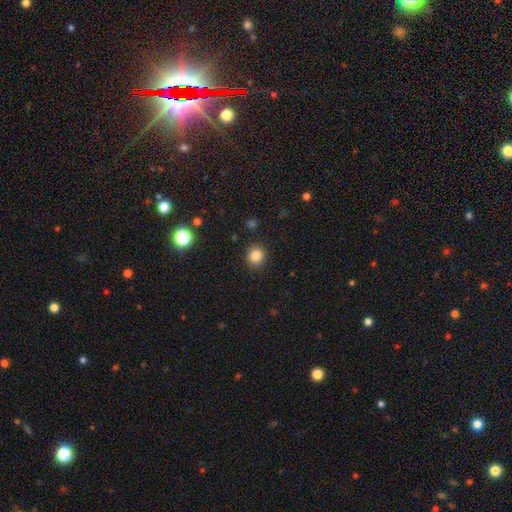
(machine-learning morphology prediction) Q: Smooth or featured?
A: smooth (83%); runner-up: star or artifact (12%)
Q: How rounded?
A: round (84%); runner-up: in between (15%)
Q: Merging?
A: none (91%); runner-up: minor disturbance (6%)